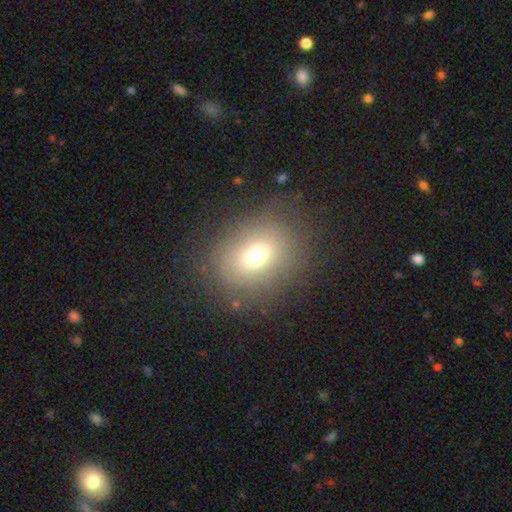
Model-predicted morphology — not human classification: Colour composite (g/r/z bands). It shows a smooth galaxy with no disk features (69%) that is round (55%). Merging: none (79%).